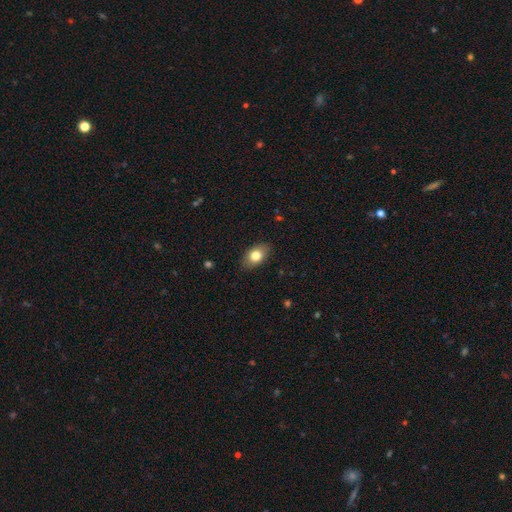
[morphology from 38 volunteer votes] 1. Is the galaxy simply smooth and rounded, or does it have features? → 84% smooth, 11% featured or disk, 5% star or artifact.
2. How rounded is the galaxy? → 97% in between, 3% round, 0% cigar-shaped.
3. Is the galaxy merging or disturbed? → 97% none, 3% minor disturbance, 0% major disturbance, 0% merger.